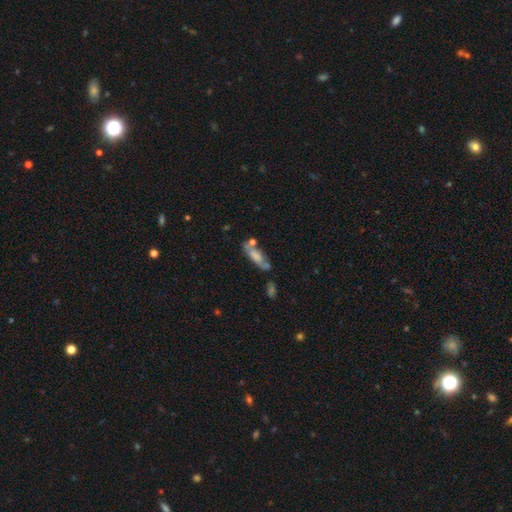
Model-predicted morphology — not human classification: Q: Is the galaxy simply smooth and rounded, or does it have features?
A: smooth — 59%.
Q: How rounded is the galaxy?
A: in between — 49%.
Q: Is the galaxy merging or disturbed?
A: none — 51%.